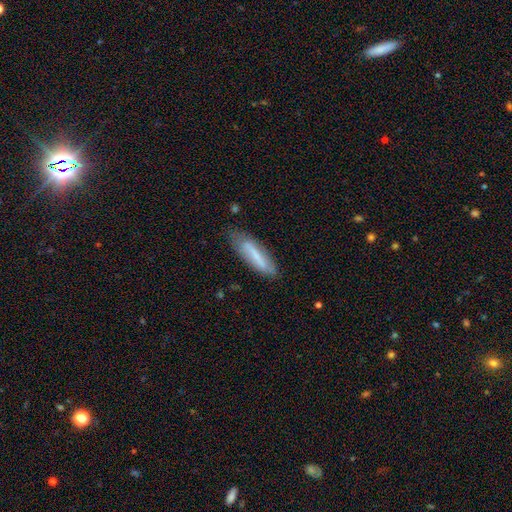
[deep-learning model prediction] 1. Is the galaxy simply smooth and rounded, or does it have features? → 61% smooth, 32% featured or disk, 7% star or artifact.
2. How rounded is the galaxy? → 66% cigar-shaped, 33% in between, 2% round.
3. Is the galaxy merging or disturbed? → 67% none, 24% minor disturbance, 6% major disturbance, 2% merger.